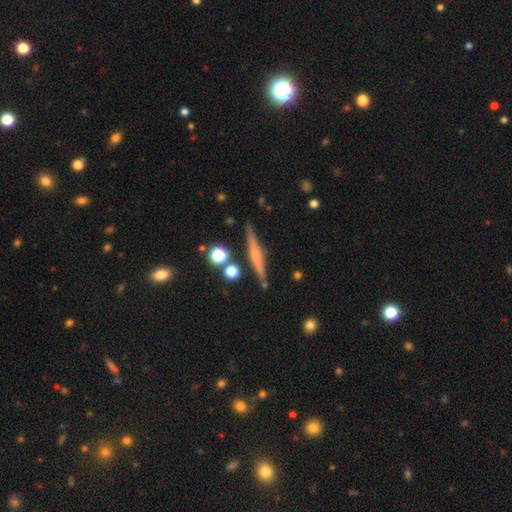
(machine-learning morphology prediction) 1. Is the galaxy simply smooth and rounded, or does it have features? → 64% featured or disk, 28% smooth, 7% star or artifact.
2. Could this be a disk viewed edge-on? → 97% yes, 3% no.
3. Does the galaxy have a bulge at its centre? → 63% rounded, 24% none, 13% boxy.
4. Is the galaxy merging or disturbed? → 86% none, 9% minor disturbance, 3% merger, 2% major disturbance.